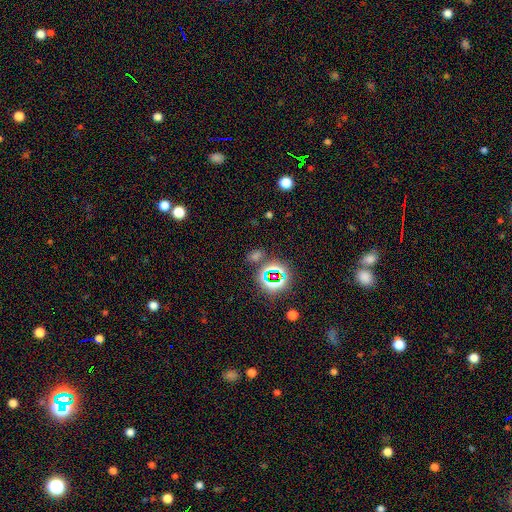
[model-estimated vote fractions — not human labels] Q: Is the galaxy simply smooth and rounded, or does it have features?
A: star or artifact — 59%.